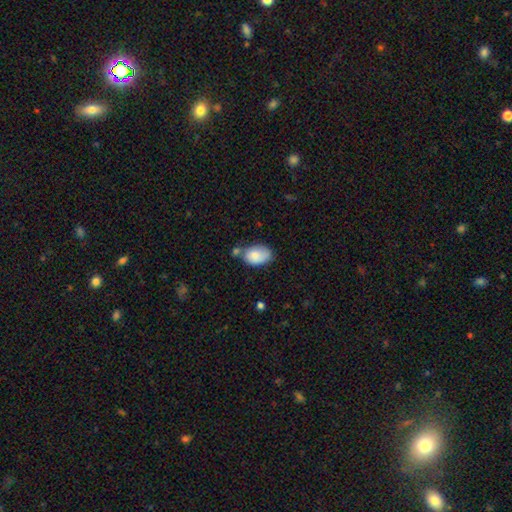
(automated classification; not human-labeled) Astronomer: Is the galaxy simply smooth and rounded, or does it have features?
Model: smooth — 80%.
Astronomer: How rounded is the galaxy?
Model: in between — 87%.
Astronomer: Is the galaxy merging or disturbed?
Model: none — 47% (runner-up: minor disturbance, 28%).